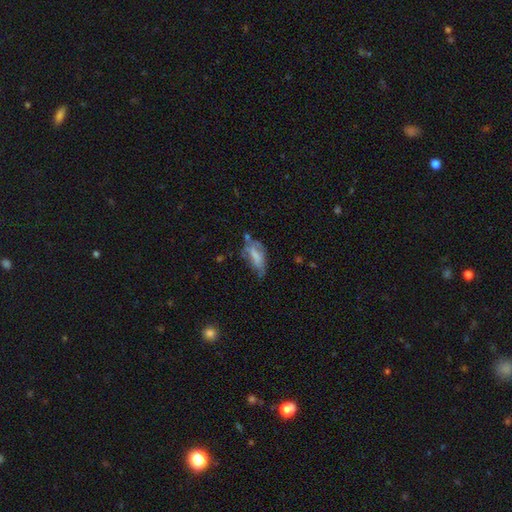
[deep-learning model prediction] Smooth or featured: smooth — 54% (featured or disk — 36%)
How rounded: in between — 76% (cigar-shaped — 21%)
Merging: minor disturbance — 33% (none — 31%)